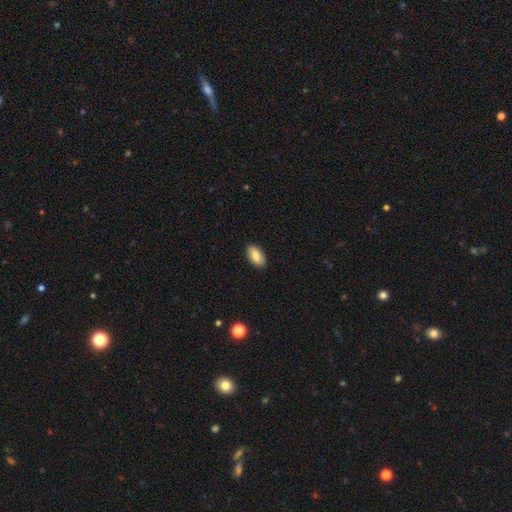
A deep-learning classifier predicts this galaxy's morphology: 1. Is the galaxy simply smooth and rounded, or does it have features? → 81% smooth, 13% featured or disk, 7% star or artifact.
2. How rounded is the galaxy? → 94% in between, 4% round, 2% cigar-shaped.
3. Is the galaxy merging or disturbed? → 89% none, 8% minor disturbance, 2% major disturbance, 1% merger.